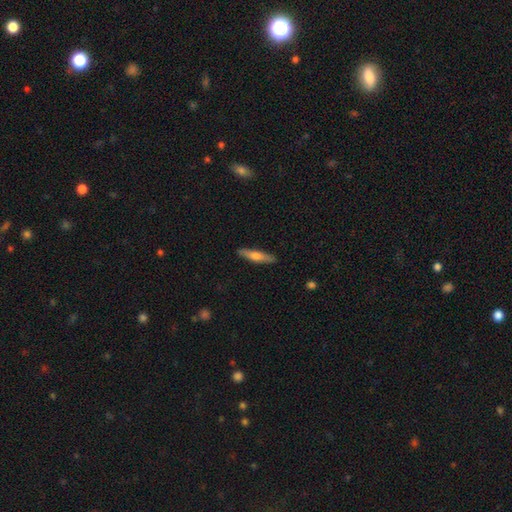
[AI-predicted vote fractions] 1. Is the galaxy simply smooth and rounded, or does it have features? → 58% smooth, 37% featured or disk, 6% star or artifact.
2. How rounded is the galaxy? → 85% cigar-shaped, 13% in between, 2% round.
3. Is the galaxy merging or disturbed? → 89% none, 8% minor disturbance, 2% major disturbance, 1% merger.